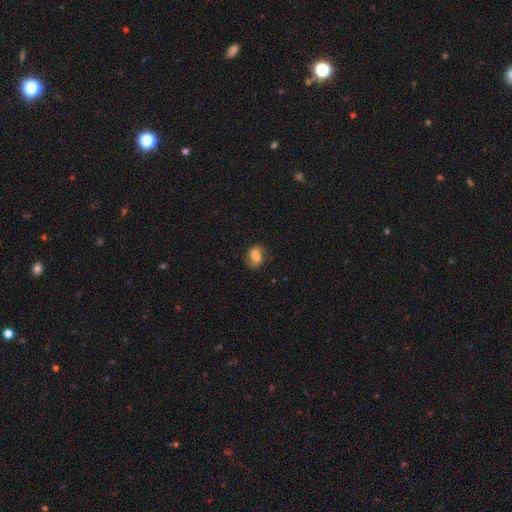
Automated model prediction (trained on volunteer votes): This appears to be a smooth galaxy with no disk features (62%) that is in between round and cigar-shaped (64%). Merging: none (72%).